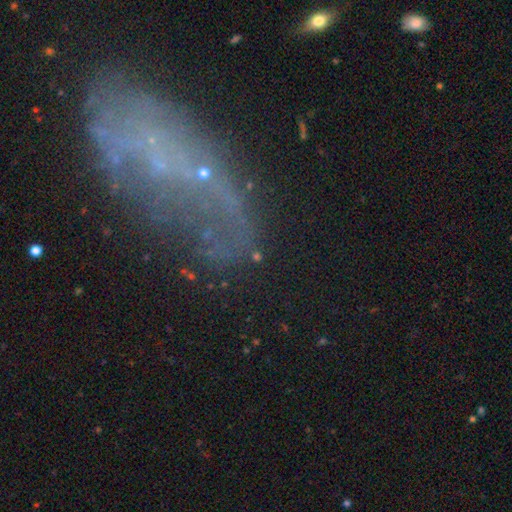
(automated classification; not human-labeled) This is marginally a star or artifact rather than a galaxy (43%).